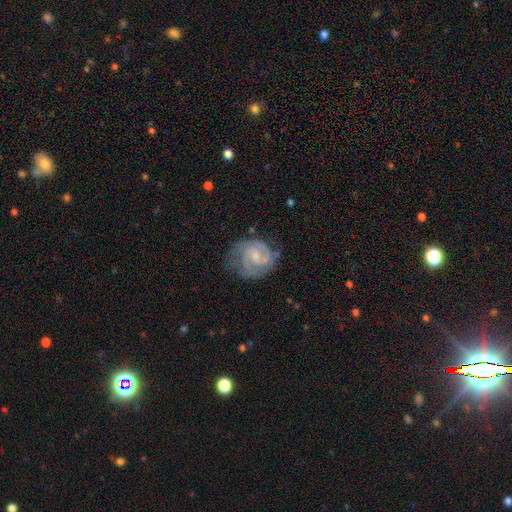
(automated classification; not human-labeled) This appears to be a featured or disk galaxy (80%) with a weak bar (49%), 2 (64%) tight (51%) spiral arms (95%) and a small central bulge (58%). Merging: none (60%).